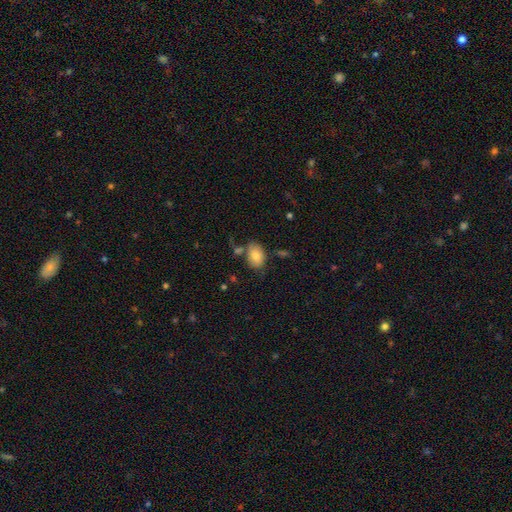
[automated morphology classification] Smooth or featured? smooth (82%)
How rounded? in between (83%)
Merging? none (67%)